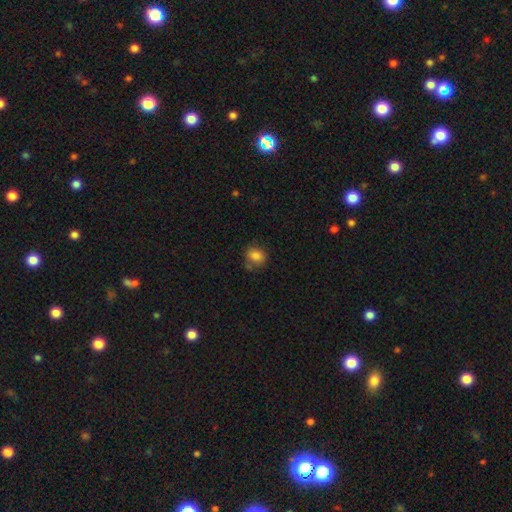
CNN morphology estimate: The model was most divided on "how rounded": round: 63%, in between: 36%, cigar-shaped: 1%. More confident: smooth or featured — smooth (82%); merging — none (68%).